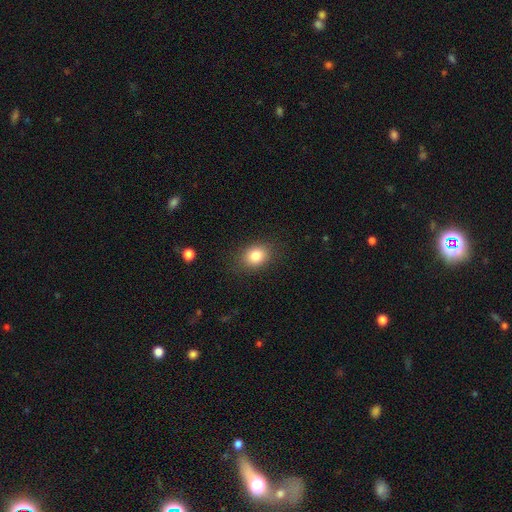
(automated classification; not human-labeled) Smooth or featured: smooth — 82% (star or artifact — 11%)
How rounded: round — 51% (in between — 49%)
Merging: none — 85% (minor disturbance — 10%)